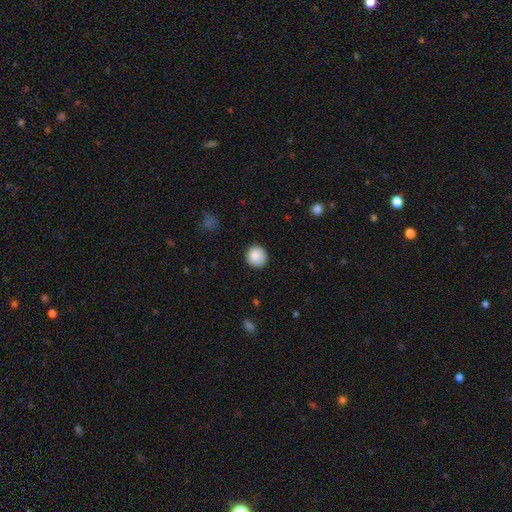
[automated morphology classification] smooth-or-featured: smooth: 87% | star or artifact: 8% | featured or disk: 4%
  how-rounded: round: 92% | in between: 7% | cigar-shaped: 1%
  merging: none: 87% | minor disturbance: 10% | major disturbance: 2% | merger: 1%